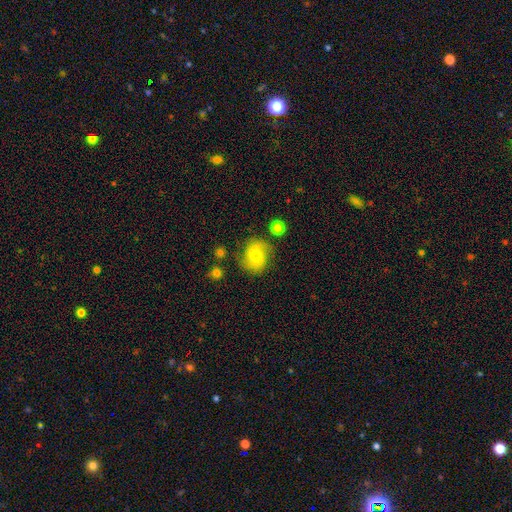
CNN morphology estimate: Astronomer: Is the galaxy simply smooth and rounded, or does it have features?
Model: featured or disk — 57% (runner-up: smooth, 35%).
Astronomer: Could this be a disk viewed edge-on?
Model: no — 97%.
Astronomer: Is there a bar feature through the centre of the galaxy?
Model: no — 49% (runner-up: weak, 42%).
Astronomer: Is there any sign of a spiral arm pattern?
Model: yes — 89%.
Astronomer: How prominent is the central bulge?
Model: small — 49% (runner-up: moderate, 44%).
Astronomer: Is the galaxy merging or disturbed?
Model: none — 75%.